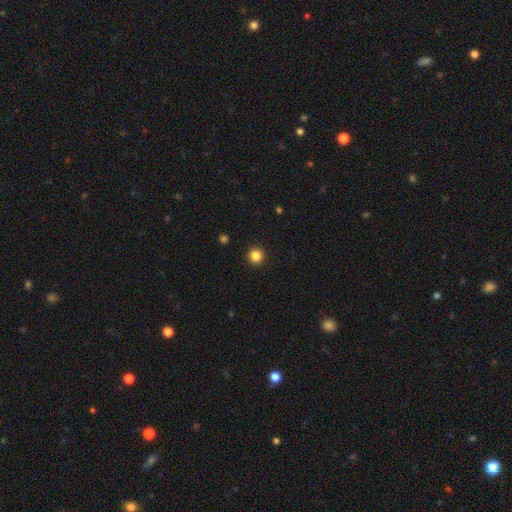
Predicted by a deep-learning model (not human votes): The model was most divided on "smooth or featured": smooth: 84%, star or artifact: 12%, featured or disk: 4%. More confident: how rounded — round (96%); merging — none (94%).